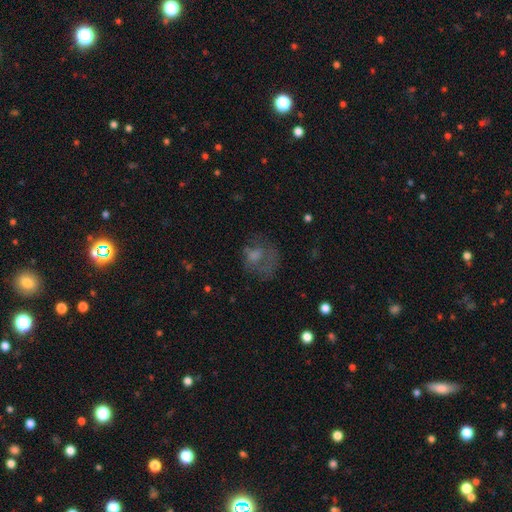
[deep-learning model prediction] Q: Smooth or featured?
A: smooth (56%); runner-up: featured or disk (30%)
Q: How rounded?
A: round (56%); runner-up: in between (43%)
Q: Merging?
A: major disturbance (41%); runner-up: none (35%)